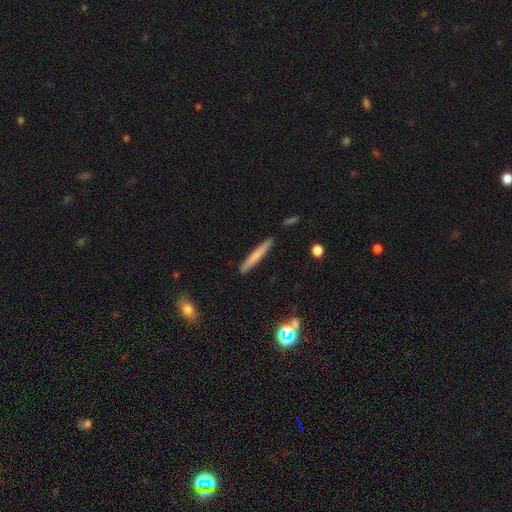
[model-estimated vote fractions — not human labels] Smooth or featured?
  - smooth: 68% *
  - featured or disk: 25%
  - star or artifact: 7%
How rounded?
  - cigar-shaped: 96% *
  - in between: 3%
  - round: 1%
Merging?
  - none: 90% *
  - minor disturbance: 7%
  - merger: 1%
  - major disturbance: 1%